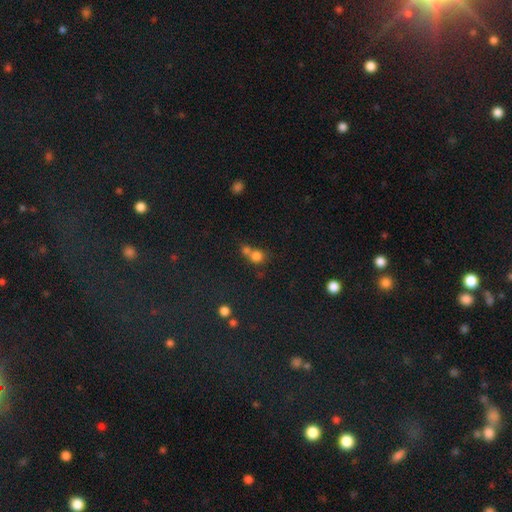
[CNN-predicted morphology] smooth-or-featured: smooth: 76% | star or artifact: 15% | featured or disk: 9%
  how-rounded: round: 85% | in between: 14% | cigar-shaped: 1%
  merging: merger: 51% | none: 39% | minor disturbance: 7% | major disturbance: 4%